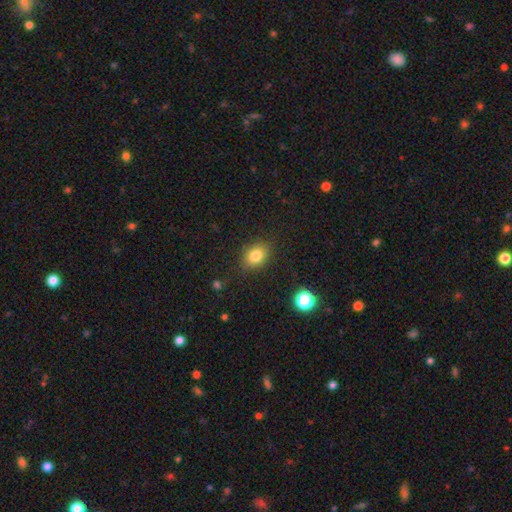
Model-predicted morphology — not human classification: smooth-or-featured: smooth: 81% | star or artifact: 11% | featured or disk: 8%
  how-rounded: in between: 62% | round: 36% | cigar-shaped: 1%
  merging: none: 83% | minor disturbance: 12% | major disturbance: 3% | merger: 1%